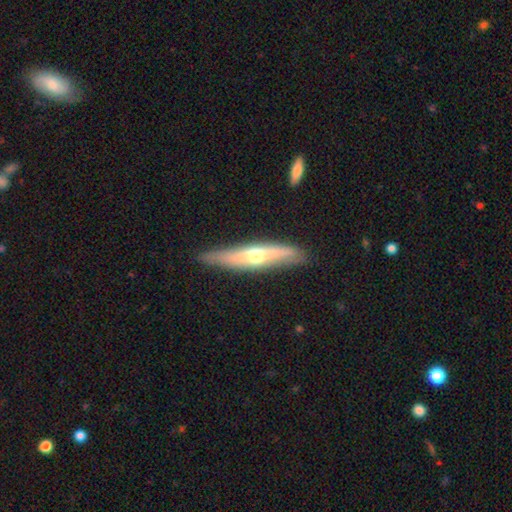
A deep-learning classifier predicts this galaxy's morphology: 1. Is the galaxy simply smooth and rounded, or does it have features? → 63% featured or disk, 32% smooth, 6% star or artifact.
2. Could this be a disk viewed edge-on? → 89% yes, 11% no.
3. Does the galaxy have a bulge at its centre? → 89% rounded, 8% none, 3% boxy.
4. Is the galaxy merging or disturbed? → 82% none, 14% minor disturbance, 3% major disturbance, 2% merger.